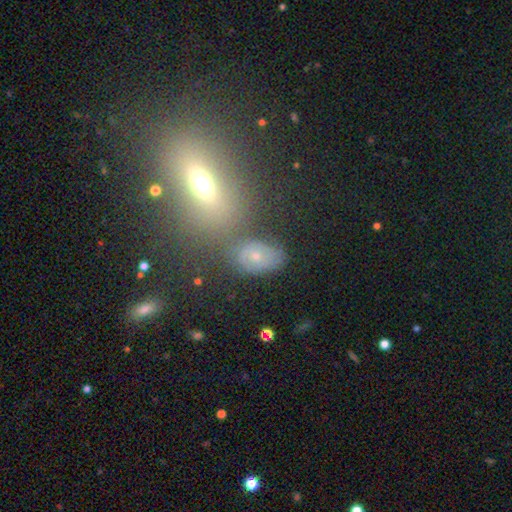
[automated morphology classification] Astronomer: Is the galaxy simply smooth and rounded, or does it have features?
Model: smooth — 43% (runner-up: featured or disk, 36%).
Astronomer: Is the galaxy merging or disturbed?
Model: none — 63%.